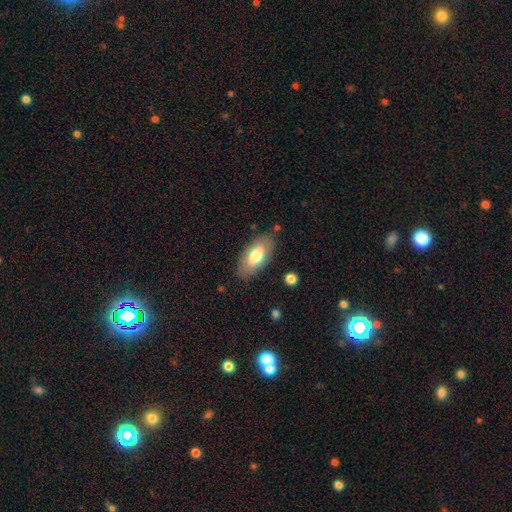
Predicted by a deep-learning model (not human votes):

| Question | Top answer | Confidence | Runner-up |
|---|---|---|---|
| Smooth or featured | smooth | 73% | featured or disk (21%) |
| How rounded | in between | 91% | cigar-shaped (6%) |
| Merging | none | 82% | minor disturbance (13%) |